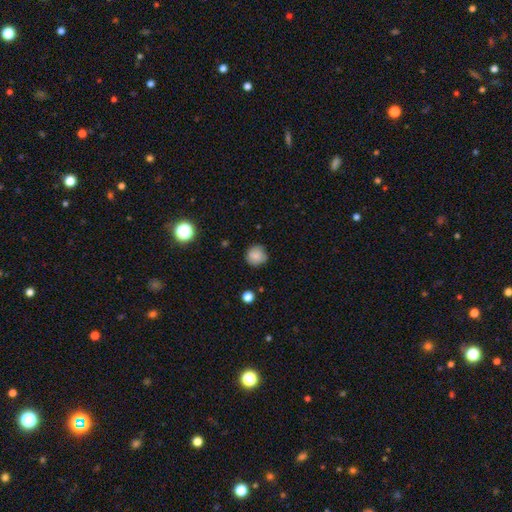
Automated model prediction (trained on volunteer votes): smooth 81%, star or artifact 10%, featured or disk 9%. Down the decision tree: how rounded — round (90%); merging — none (79%).